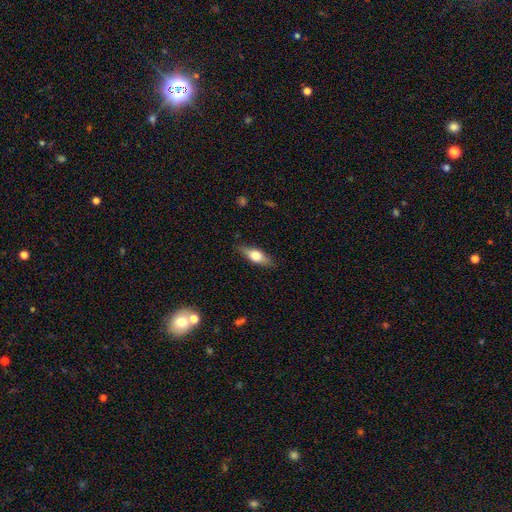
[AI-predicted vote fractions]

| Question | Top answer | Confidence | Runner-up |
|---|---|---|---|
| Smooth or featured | smooth | 54% | featured or disk (39%) |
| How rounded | in between | 58% | cigar-shaped (39%) |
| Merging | none | 84% | minor disturbance (12%) |